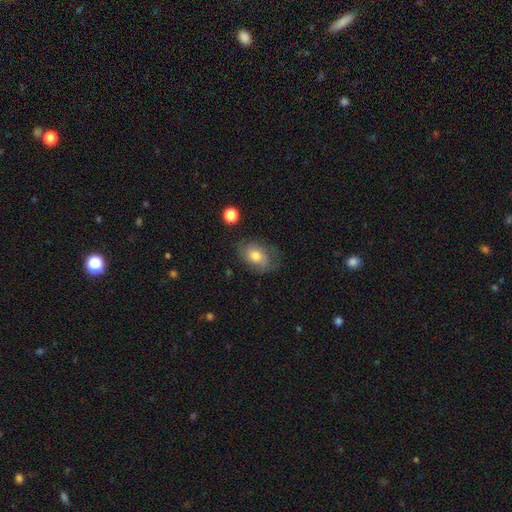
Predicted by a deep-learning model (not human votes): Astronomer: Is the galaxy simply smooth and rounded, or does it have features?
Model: smooth — 65%.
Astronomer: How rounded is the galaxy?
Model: in between — 76%.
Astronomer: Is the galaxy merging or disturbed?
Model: none — 66%.